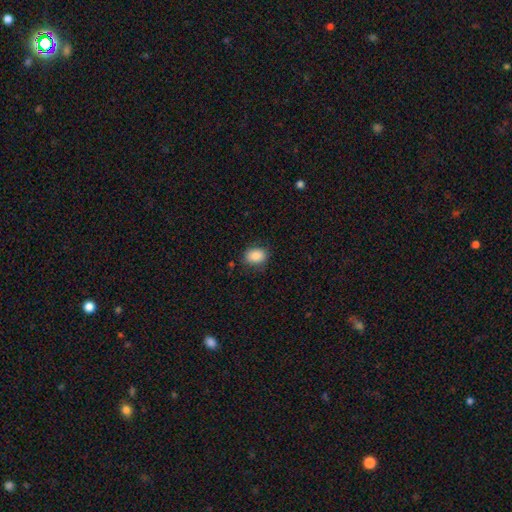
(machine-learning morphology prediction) Overall: smooth (85%). How rounded: in between (61%; round 38%). Merging: none (82%).